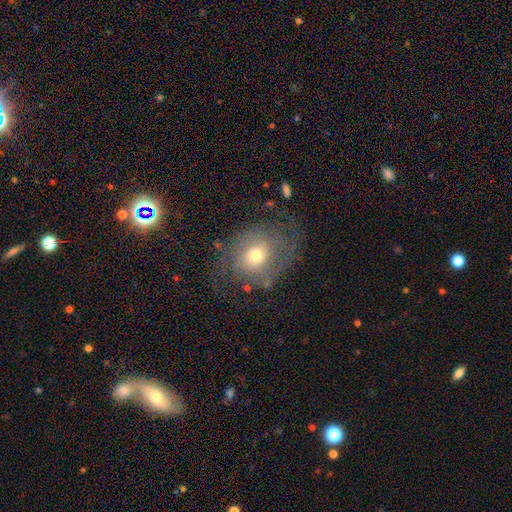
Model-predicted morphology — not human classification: Smooth or featured? featured or disk (61%)
Edge-on disk? no (96%)
Bar? no (77%)
Spiral arms? yes (77%)
Bulge size? moderate (62%)
Merging? none (58%)